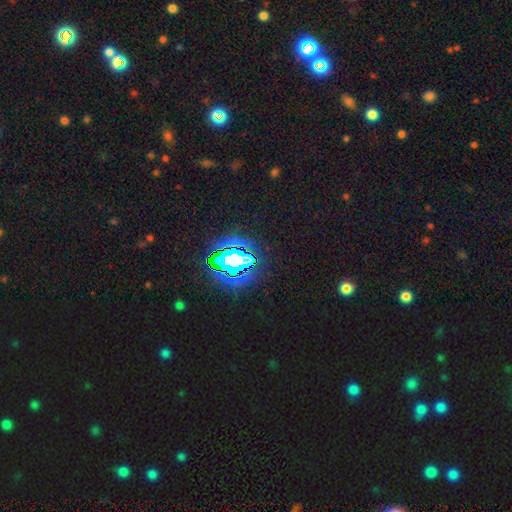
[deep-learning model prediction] Smooth or featured?
  - star or artifact: 79% *
  - smooth: 13%
  - featured or disk: 8%